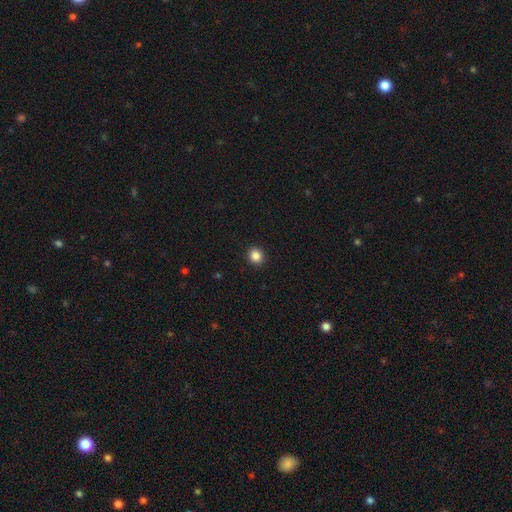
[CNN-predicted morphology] smooth 86%, star or artifact 11%, featured or disk 3%. Down the decision tree: how rounded — round (89%); merging — none (93%).